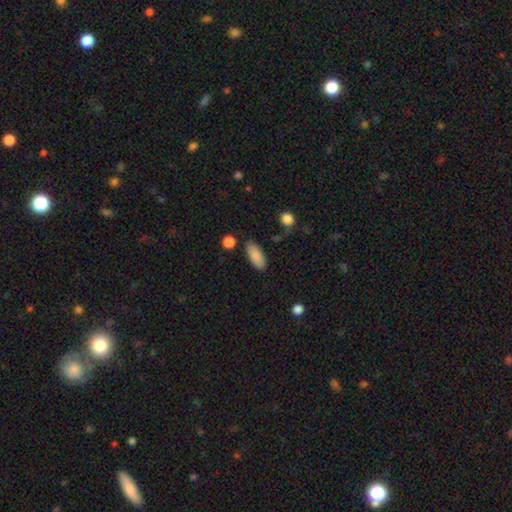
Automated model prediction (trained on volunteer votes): A smooth galaxy with no disk features (87%) that is in between round and cigar-shaped (84%). Merging: none (82%).